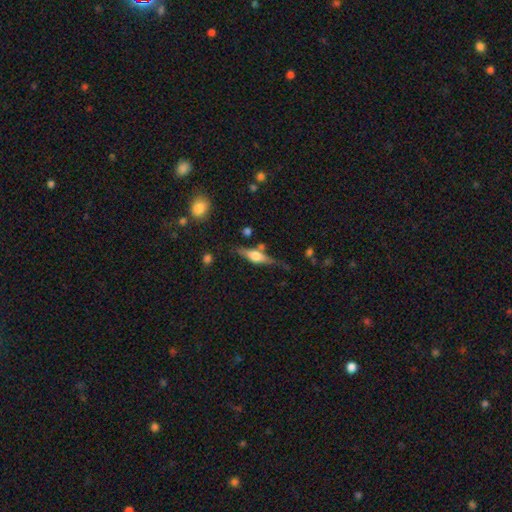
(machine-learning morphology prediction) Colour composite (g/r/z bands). It shows a featured or disk galaxy (58%) viewed edge-on (94%) with a rounded central bulge (87%). Merging: none (67%).